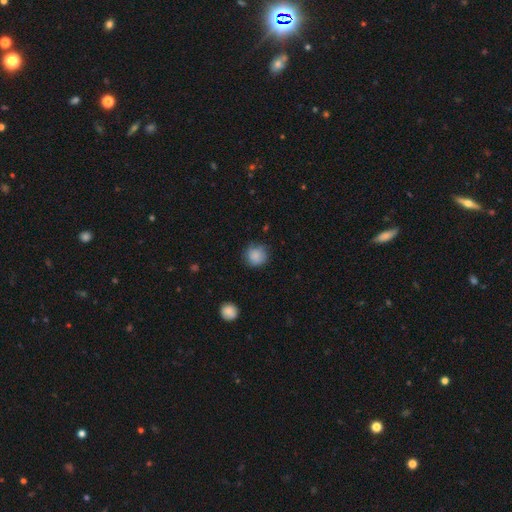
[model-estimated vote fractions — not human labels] Smooth or featured? smooth (85%)
How rounded? round (91%)
Merging? none (77%)